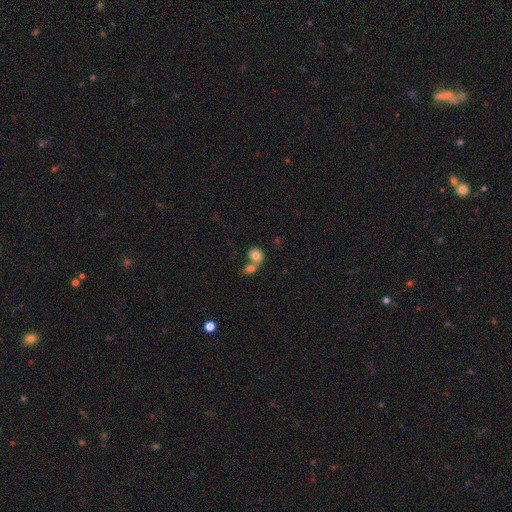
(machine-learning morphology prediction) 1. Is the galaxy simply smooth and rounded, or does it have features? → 81% smooth, 10% featured or disk, 9% star or artifact.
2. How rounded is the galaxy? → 73% round, 26% in between, 1% cigar-shaped.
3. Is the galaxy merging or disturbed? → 56% merger, 33% none, 7% minor disturbance, 3% major disturbance.